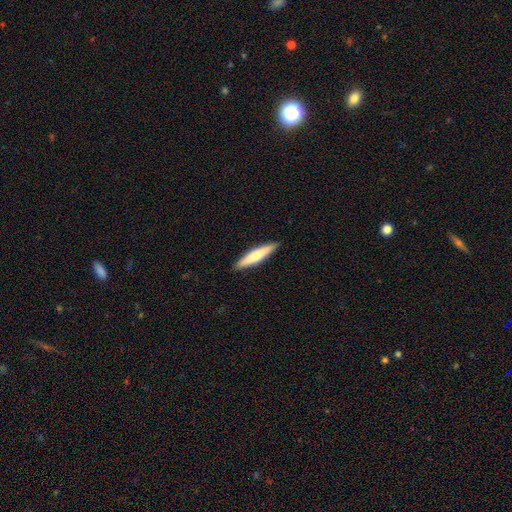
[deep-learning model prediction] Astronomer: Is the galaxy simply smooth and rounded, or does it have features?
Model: smooth — 64%.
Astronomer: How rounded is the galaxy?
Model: cigar-shaped — 87%.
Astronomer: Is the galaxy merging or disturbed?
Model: none — 91%.